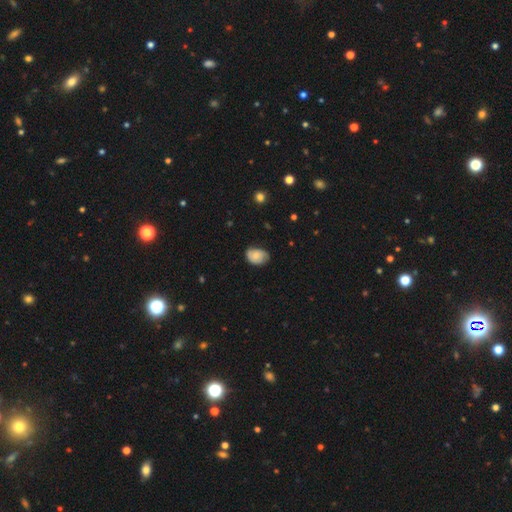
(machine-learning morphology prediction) Smooth or featured? Predicted: smooth (p=0.68). How rounded? Predicted: in between (p=0.76). Merging? Predicted: none (p=0.63).